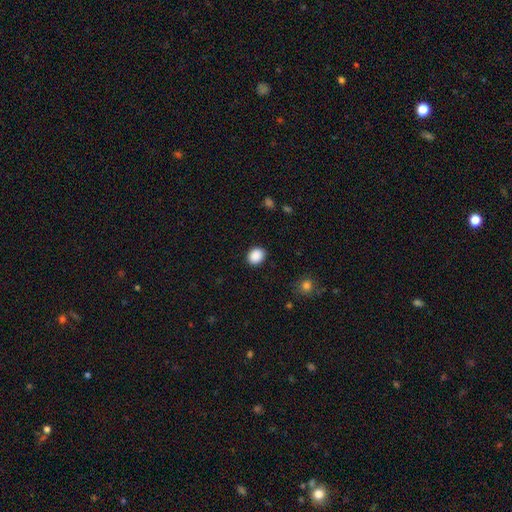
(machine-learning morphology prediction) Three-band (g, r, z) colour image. It shows a smooth galaxy with no disk features (89%) that is round (54%). Merging: none (90%).